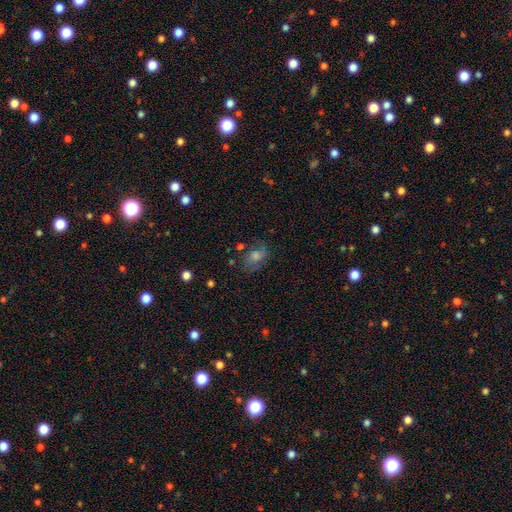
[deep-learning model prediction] A smooth galaxy with no disk features (51%) that is in between round and cigar-shaped (71%).

Vote fractions:
- Smooth or featured? smooth: 51% / featured or disk: 27% / star or artifact: 22%
- How rounded? in between: 71% / round: 27% / cigar-shaped: 2%
- Merging? none: 67% / minor disturbance: 20% / major disturbance: 10% / merger: 4%